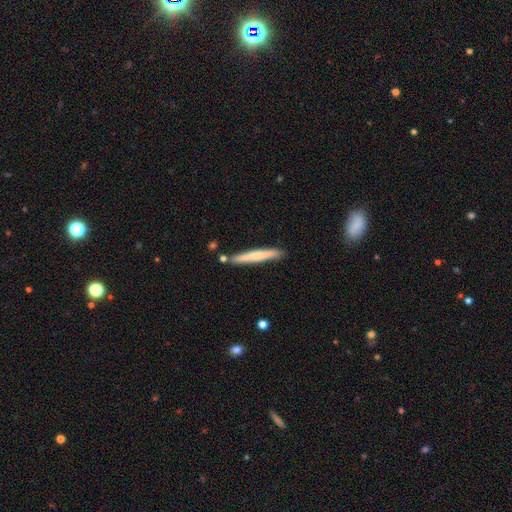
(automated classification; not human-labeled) This appears to be a smooth galaxy with no disk features (61%) that is cigar-shaped (96%). Merging: none (84%).